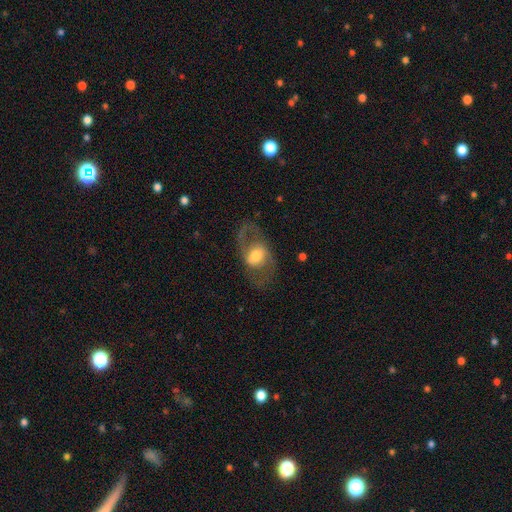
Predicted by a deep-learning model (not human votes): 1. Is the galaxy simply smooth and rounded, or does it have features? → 68% featured or disk, 26% smooth, 6% star or artifact.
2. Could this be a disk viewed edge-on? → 93% no, 7% yes.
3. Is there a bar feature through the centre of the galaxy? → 46% no, 37% weak, 17% strong.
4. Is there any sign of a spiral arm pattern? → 69% yes, 31% no.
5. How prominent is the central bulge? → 57% moderate, 25% large, 14% small, 3% dominant, 2% none.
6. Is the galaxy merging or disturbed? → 72% none, 13% minor disturbance, 13% major disturbance, 1% merger.